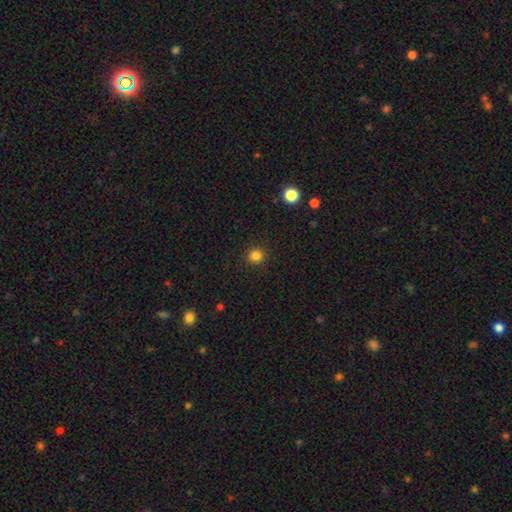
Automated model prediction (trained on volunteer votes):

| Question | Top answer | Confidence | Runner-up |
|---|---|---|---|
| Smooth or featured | smooth | 83% | star or artifact (13%) |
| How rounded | round | 92% | in between (7%) |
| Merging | none | 91% | minor disturbance (6%) |